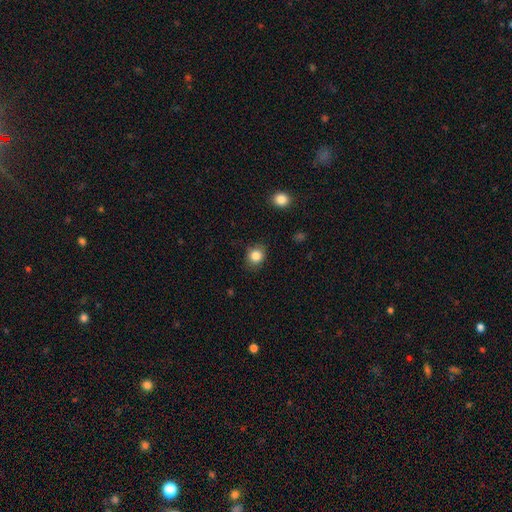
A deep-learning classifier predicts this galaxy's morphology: Smooth or featured? smooth (84%)
How rounded? round (76%)
Merging? none (84%)